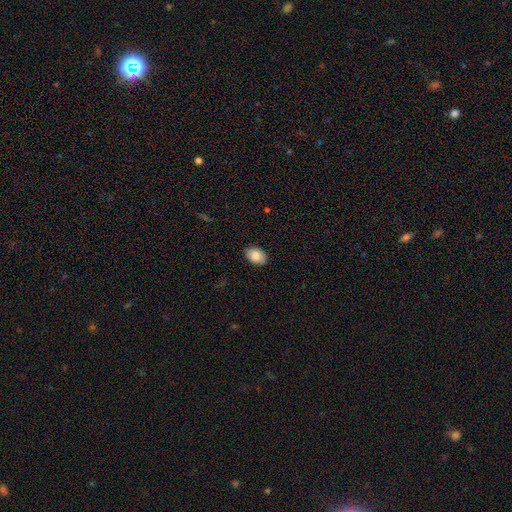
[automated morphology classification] This is clearly a smooth galaxy (85%). How rounded: clearly in between (86%). Merging: clearly none (87%).